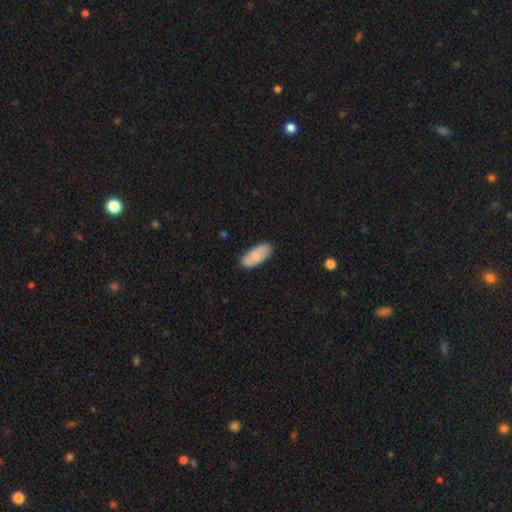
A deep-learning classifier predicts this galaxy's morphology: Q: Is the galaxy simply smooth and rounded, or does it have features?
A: smooth — 81%.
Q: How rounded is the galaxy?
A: in between — 88%.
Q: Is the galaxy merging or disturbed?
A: none — 82%.